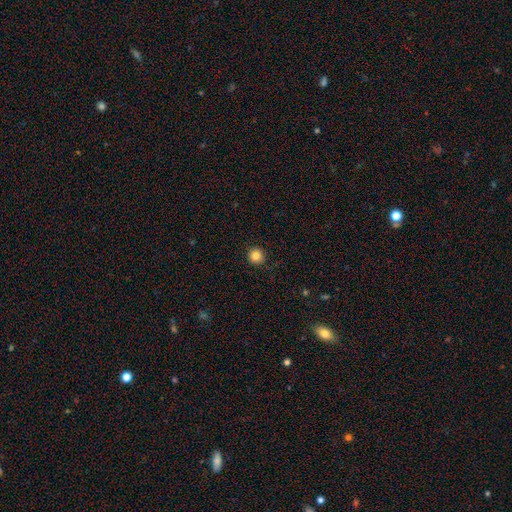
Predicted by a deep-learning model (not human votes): smooth-or-featured: smooth: 85% | star or artifact: 11% | featured or disk: 4%
  how-rounded: round: 95% | in between: 4% | cigar-shaped: 1%
  merging: none: 91% | minor disturbance: 6% | major disturbance: 2% | merger: 1%